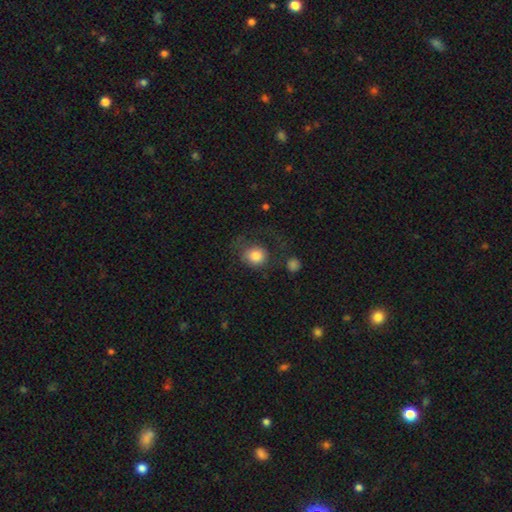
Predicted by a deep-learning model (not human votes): Smooth or featured: smooth — 81% (featured or disk — 10%)
How rounded: round — 80% (in between — 19%)
Merging: none — 56% (major disturbance — 20%)